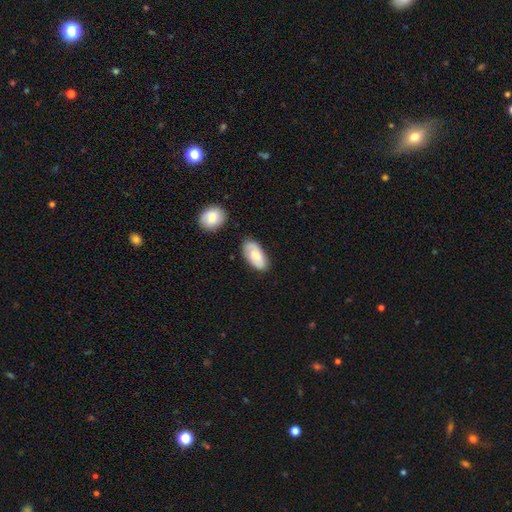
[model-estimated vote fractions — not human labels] Smooth or featured?
  - smooth: 71% *
  - featured or disk: 23%
  - star or artifact: 6%
How rounded?
  - in between: 93% *
  - cigar-shaped: 4%
  - round: 3%
Merging?
  - none: 74% *
  - minor disturbance: 18%
  - merger: 4%
  - major disturbance: 4%